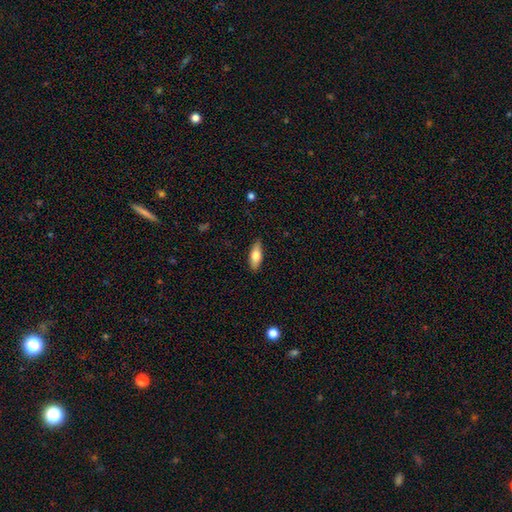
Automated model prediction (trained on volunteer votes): A smooth galaxy with no disk features (74%) that is in between round and cigar-shaped (72%). Merging: none (86%).